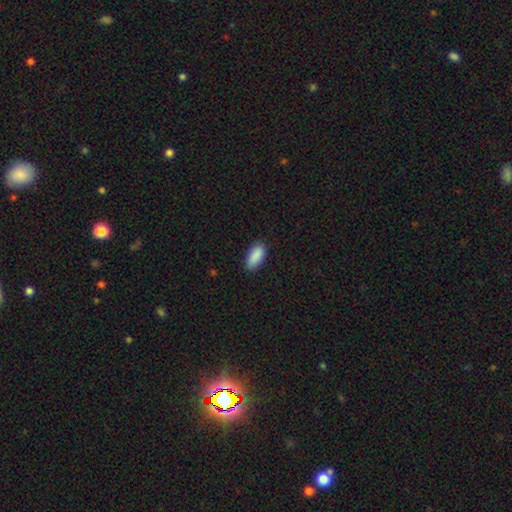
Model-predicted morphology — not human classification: A smooth galaxy with no disk features (90%) that is in between round and cigar-shaped (89%). Merging: none (83%).